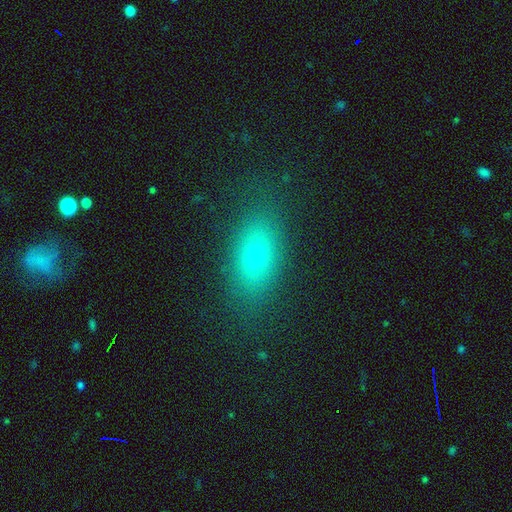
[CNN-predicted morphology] Smooth or featured?
  - smooth: 64% *
  - featured or disk: 20%
  - star or artifact: 16%
How rounded?
  - in between: 80% *
  - round: 14%
  - cigar-shaped: 7%
Merging?
  - none: 82% *
  - minor disturbance: 11%
  - major disturbance: 5%
  - merger: 1%